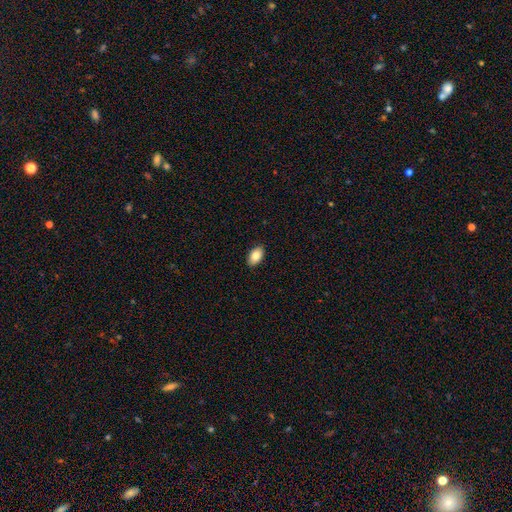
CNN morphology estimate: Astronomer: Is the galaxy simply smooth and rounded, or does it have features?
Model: smooth — 85%.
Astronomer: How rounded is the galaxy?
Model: in between — 92%.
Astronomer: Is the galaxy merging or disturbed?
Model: none — 90%.